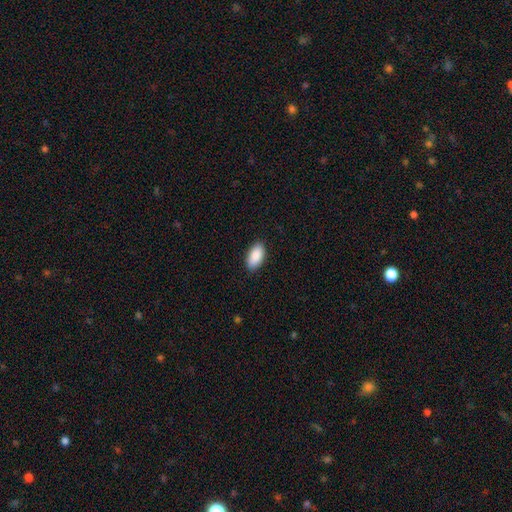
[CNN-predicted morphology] This is clearly a smooth galaxy (89%). How rounded: clearly in between (94%). Merging: clearly none (89%).